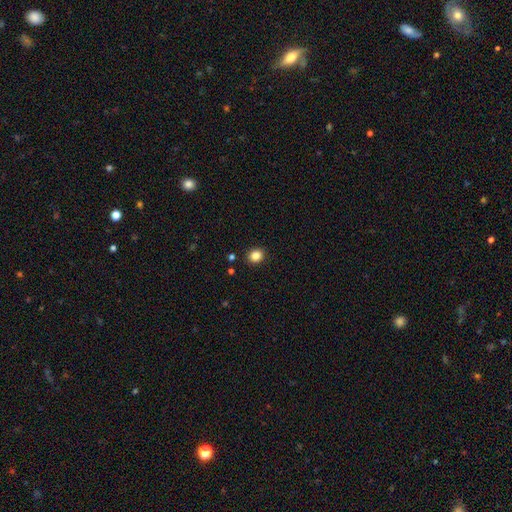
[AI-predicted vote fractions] Smooth or featured? Predicted: smooth (p=0.84). How rounded? Predicted: round (p=0.69). Merging? Predicted: none (p=0.90).